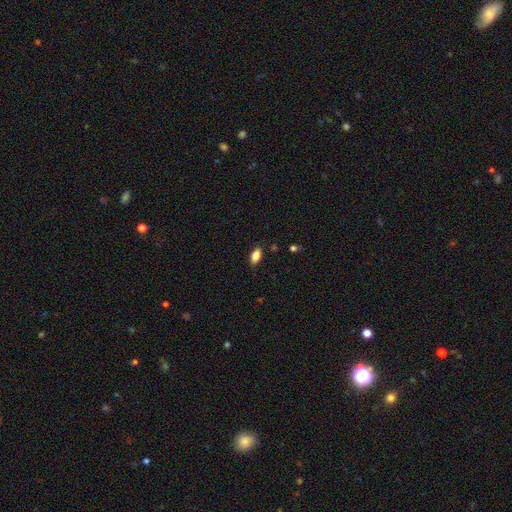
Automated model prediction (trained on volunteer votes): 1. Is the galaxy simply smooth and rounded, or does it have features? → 85% smooth, 8% star or artifact, 7% featured or disk.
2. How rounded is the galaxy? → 90% in between, 5% cigar-shaped, 5% round.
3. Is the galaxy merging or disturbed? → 84% none, 12% minor disturbance, 2% major disturbance, 1% merger.